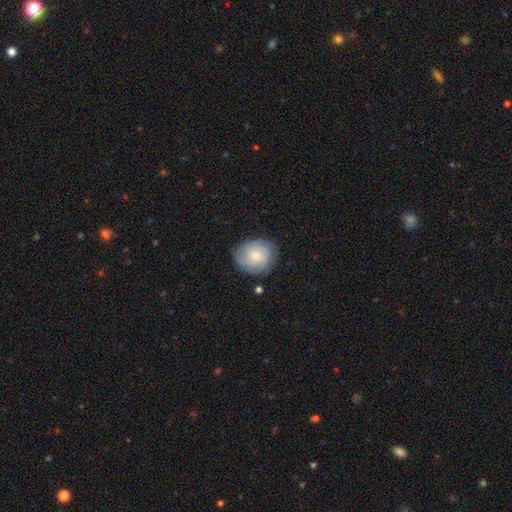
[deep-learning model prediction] smooth_or_featured: featured or disk (p=0.47) [alt: smooth p=0.46]
merging: none (p=0.78) [alt: minor disturbance p=0.16]